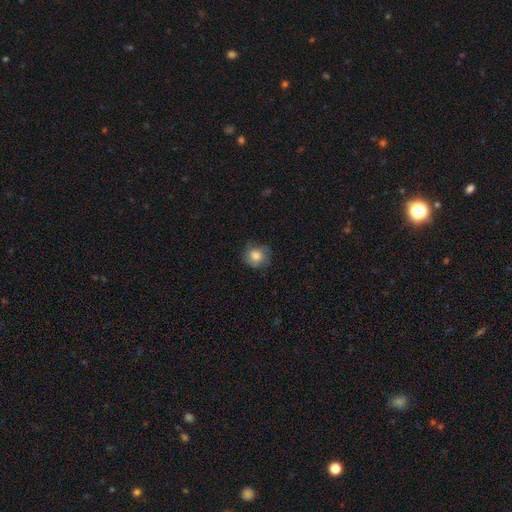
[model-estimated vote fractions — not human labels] Q: Smooth or featured?
A: smooth (73%); runner-up: featured or disk (18%)
Q: How rounded?
A: round (79%); runner-up: in between (20%)
Q: Merging?
A: none (67%); runner-up: minor disturbance (23%)